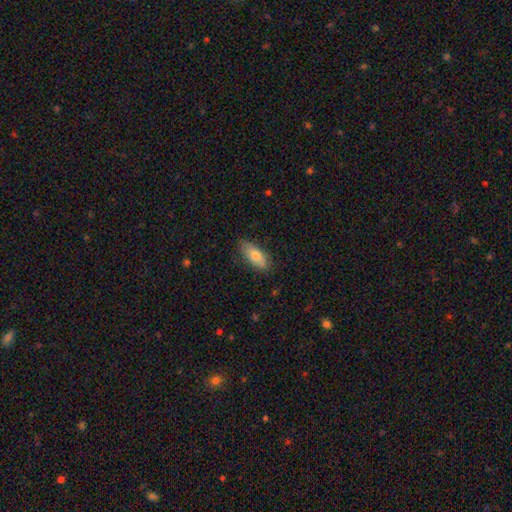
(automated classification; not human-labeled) The model was most divided on "smooth or featured": smooth: 73%, featured or disk: 21%, star or artifact: 6%. More confident: merging — none (81%); how rounded — in between (80%).